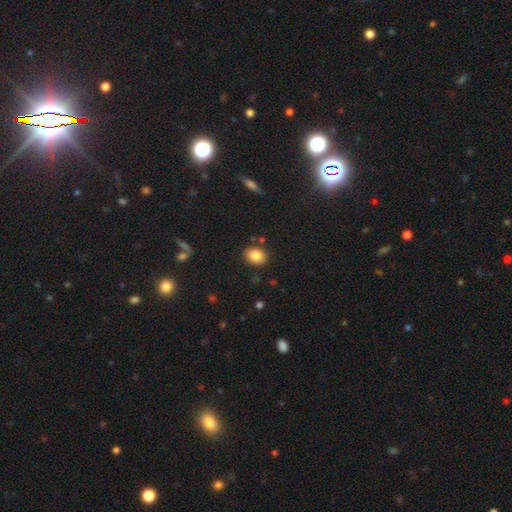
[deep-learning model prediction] This is clearly a smooth galaxy (85%). How rounded: possibly in between (56%). Merging: clearly none (85%).